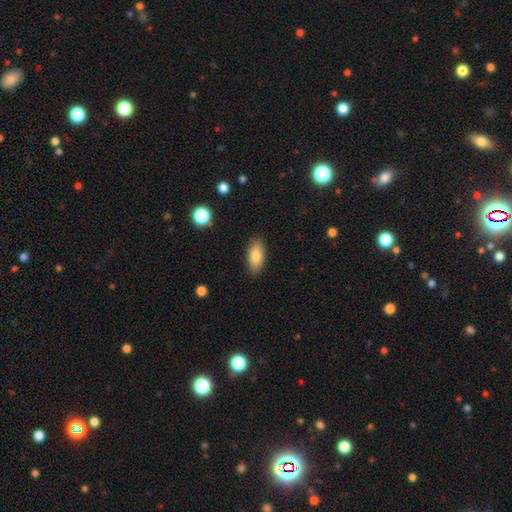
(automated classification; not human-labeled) smooth-or-featured: smooth: 82% | featured or disk: 11% | star or artifact: 7%
  how-rounded: in between: 88% | cigar-shaped: 9% | round: 3%
  merging: none: 87% | minor disturbance: 9% | major disturbance: 2% | merger: 1%